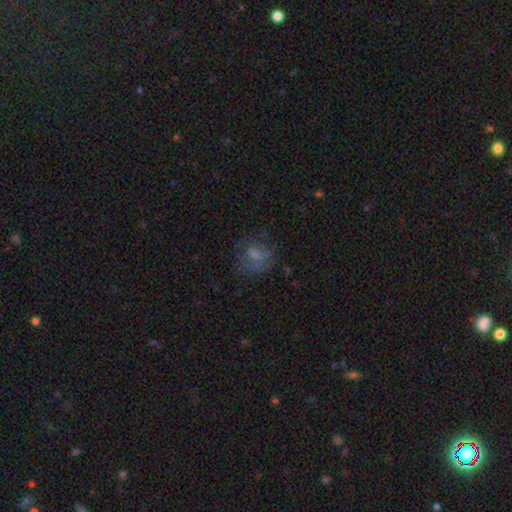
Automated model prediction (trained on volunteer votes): smooth 51%, featured or disk 34%, star or artifact 16%. Down the decision tree: how rounded — round (59%); merging — none (49%).